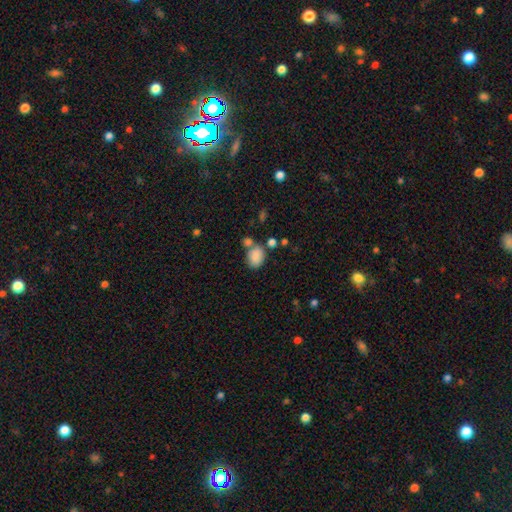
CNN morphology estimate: The model was most divided on "merging": none: 52%, merger: 27%, minor disturbance: 15%, major disturbance: 6%. More confident: smooth or featured — smooth (84%); how rounded — in between (67%).